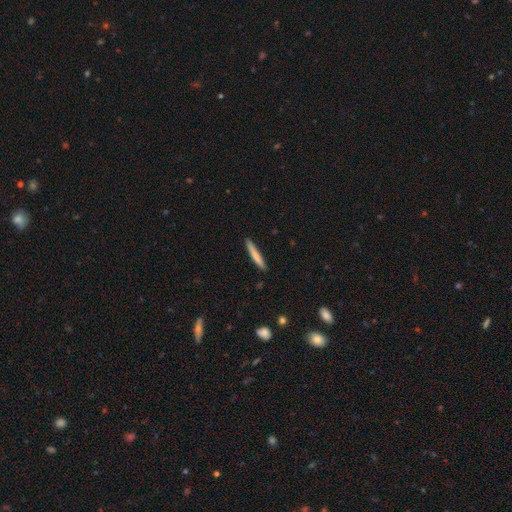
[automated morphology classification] Smooth or featured? smooth (74%)
How rounded? cigar-shaped (95%)
Merging? none (90%)